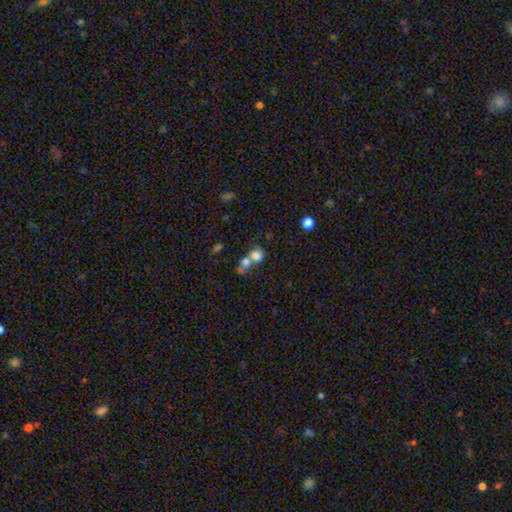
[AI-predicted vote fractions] A smooth galaxy with no disk features (74%) that is round (61%).

Vote fractions:
- Smooth or featured? smooth: 74% / featured or disk: 14% / star or artifact: 12%
- How rounded? round: 61% / in between: 38% / cigar-shaped: 1%
- Merging? merger: 58% / none: 27% / minor disturbance: 8% / major disturbance: 6%